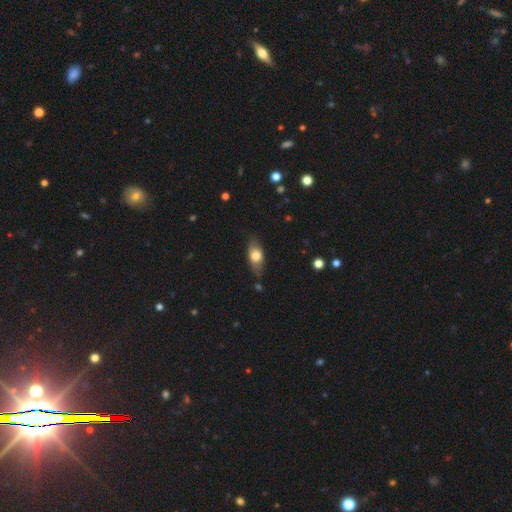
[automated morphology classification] Q: Smooth or featured?
A: smooth (68%); runner-up: featured or disk (25%)
Q: How rounded?
A: in between (81%); runner-up: cigar-shaped (11%)
Q: Merging?
A: none (76%); runner-up: minor disturbance (18%)